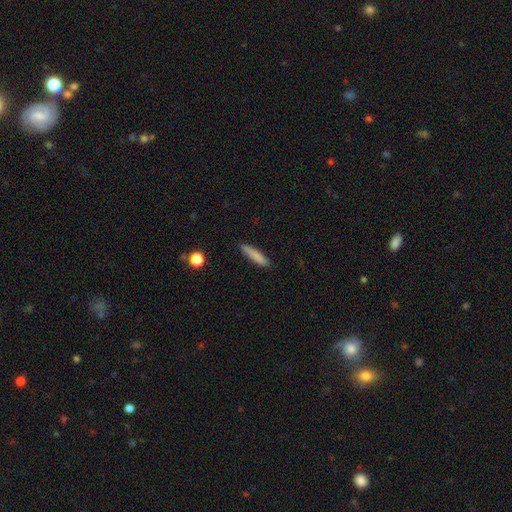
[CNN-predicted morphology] Smooth or featured? smooth (82%)
How rounded? cigar-shaped (88%)
Merging? none (87%)